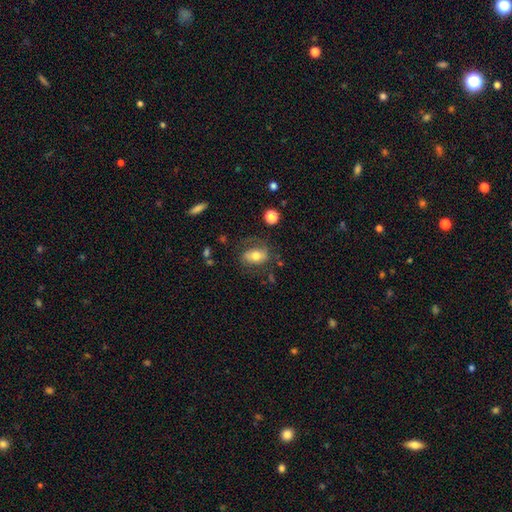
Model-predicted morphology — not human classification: Overall: smooth (52%; featured or disk 39%). How rounded: in between (76%). Merging: none (59%; minor disturbance 21%).